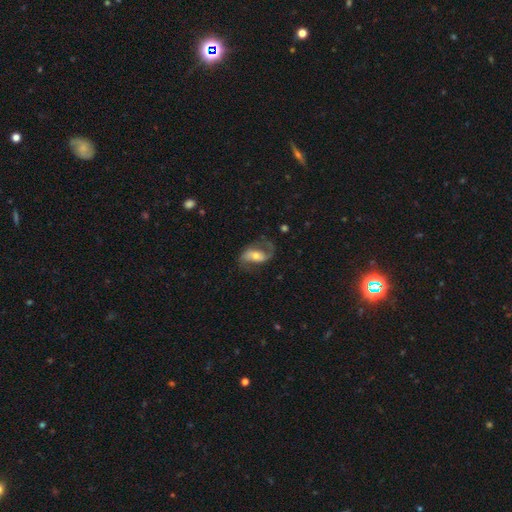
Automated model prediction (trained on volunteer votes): Smooth or featured: featured or disk — 73% (smooth — 21%)
Edge-on disk: no — 95% (yes — 5%)
Bar: no — 35% (weak — 34%)
Spiral arms: yes — 89% (no — 11%)
Spiral winding: loose — 49% (medium — 40%)
Spiral arm count: 2 — 84% (1 — 9%)
Bulge size: moderate — 54% (small — 35%)
Merging: none — 61% (minor disturbance — 19%)